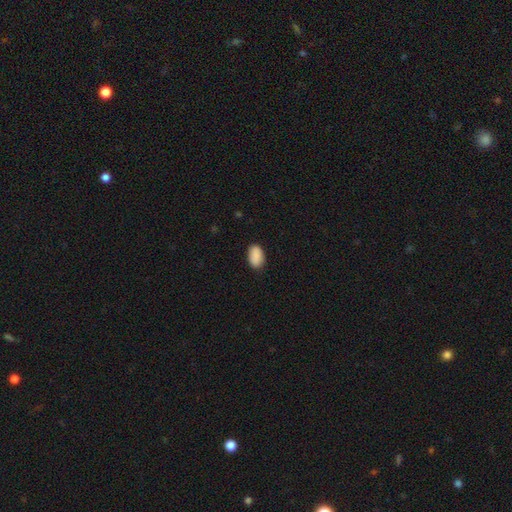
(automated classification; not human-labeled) Smooth or featured? Predicted: smooth (p=0.90). How rounded? Predicted: in between (p=0.93). Merging? Predicted: none (p=0.85).